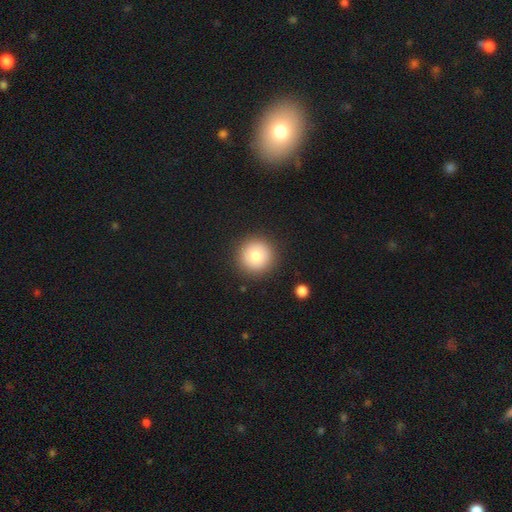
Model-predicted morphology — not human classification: Smooth or featured? Predicted: smooth (p=0.78). How rounded? Predicted: round (p=0.96). Merging? Predicted: none (p=0.90).